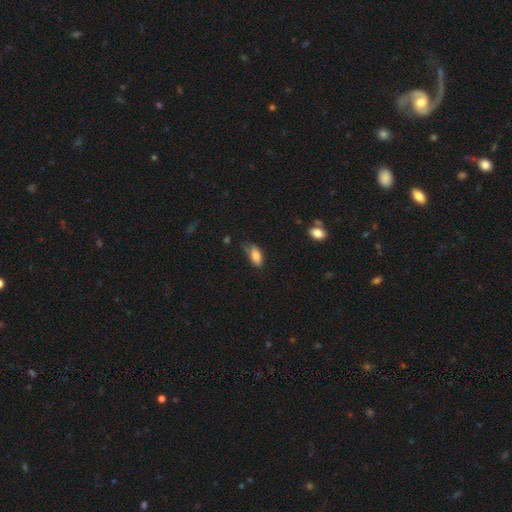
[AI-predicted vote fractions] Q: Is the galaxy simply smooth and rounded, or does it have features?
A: smooth — 83%.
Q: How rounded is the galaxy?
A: in between — 89%.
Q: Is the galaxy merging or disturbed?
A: none — 51%.